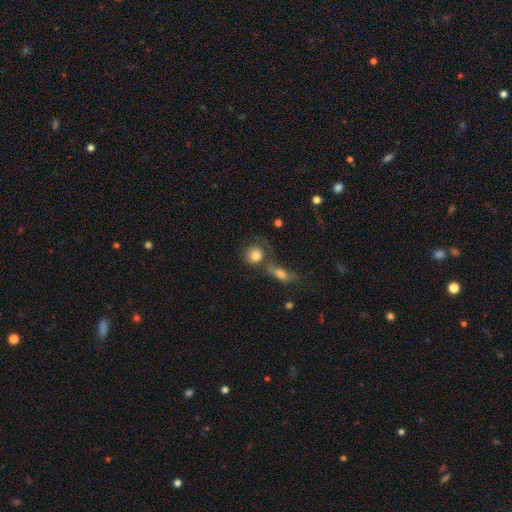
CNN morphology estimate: Overall: smooth (80%). How rounded: round (81%). Merging: none (47%; merger 31%).